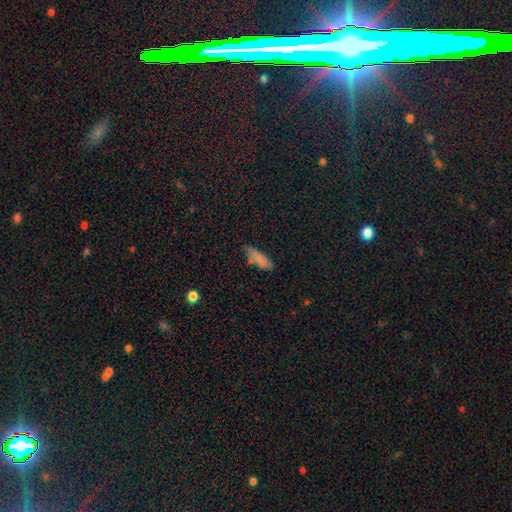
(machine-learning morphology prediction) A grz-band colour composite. It shows a smooth galaxy with no disk features (72%) that is cigar-shaped (57%). Merging: none (75%).